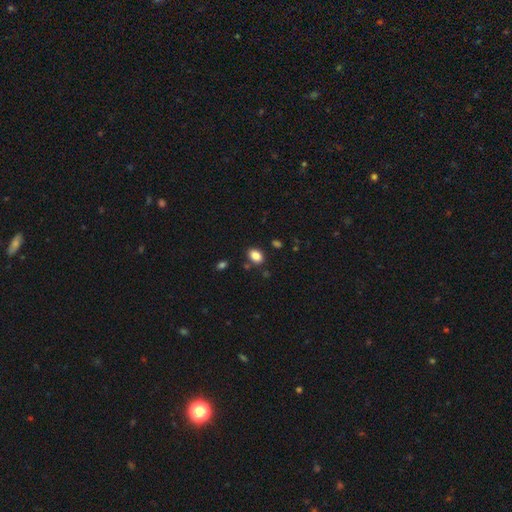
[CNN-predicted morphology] A smooth galaxy with no disk features (86%) that is in between round and cigar-shaped (80%).

Vote fractions:
- Smooth or featured? smooth: 86% / star or artifact: 9% / featured or disk: 5%
- How rounded? in between: 80% / round: 19% / cigar-shaped: 1%
- Merging? none: 83% / minor disturbance: 11% / merger: 4% / major disturbance: 3%